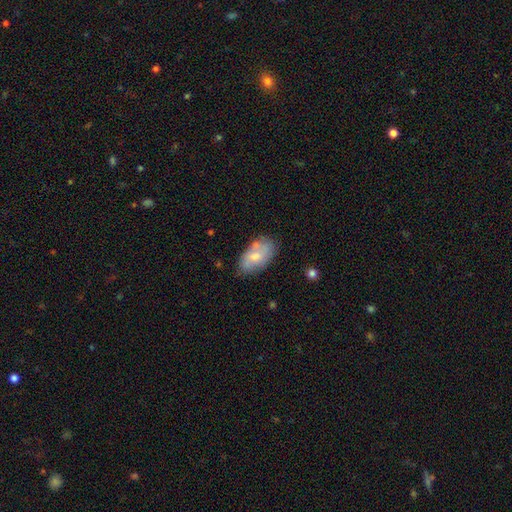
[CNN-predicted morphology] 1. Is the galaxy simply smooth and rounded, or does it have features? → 64% smooth, 29% featured or disk, 7% star or artifact.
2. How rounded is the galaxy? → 93% in between, 4% round, 2% cigar-shaped.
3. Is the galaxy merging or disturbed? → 63% none, 24% minor disturbance, 7% merger, 7% major disturbance.